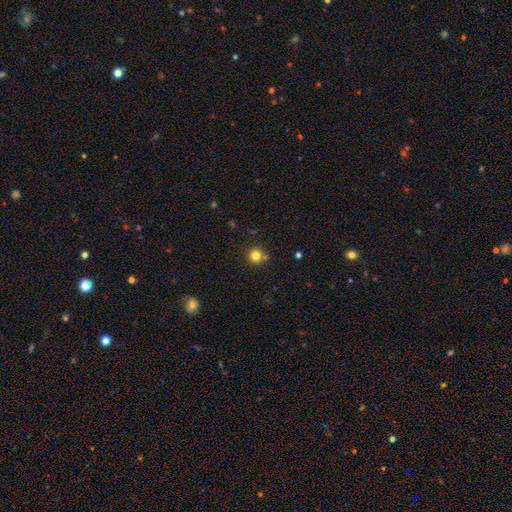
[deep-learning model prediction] Morphology: type=smooth (81%); roundness=round (94%); merging=none (80%).